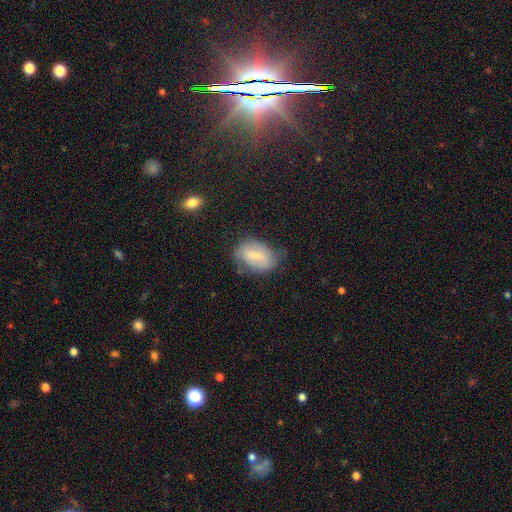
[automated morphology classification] The model was most divided on "smooth or featured": smooth: 48%, featured or disk: 44%, star or artifact: 9%. More confident: merging — none (52%).